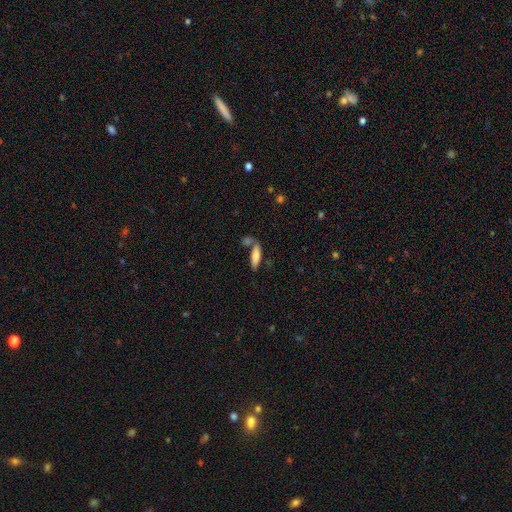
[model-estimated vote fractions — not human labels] A smooth galaxy with no disk features (74%) that is cigar-shaped (59%). Merging: none (58%).